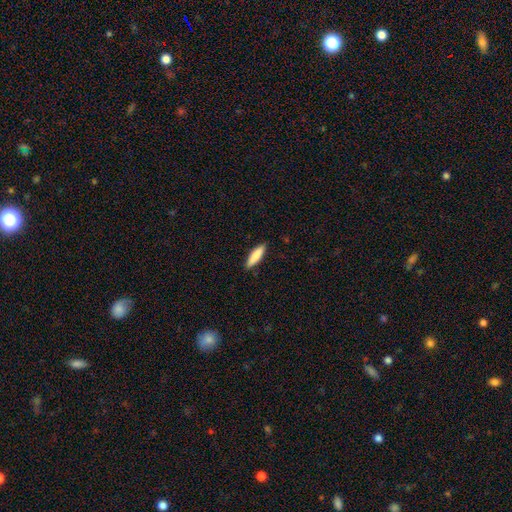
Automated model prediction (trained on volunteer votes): Morphology: type=smooth (85%); roundness=cigar-shaped (68%); merging=none (89%).